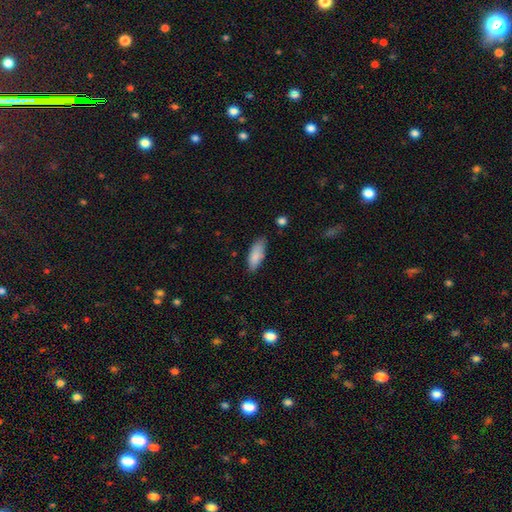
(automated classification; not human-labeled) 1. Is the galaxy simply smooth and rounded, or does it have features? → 86% smooth, 7% featured or disk, 6% star or artifact.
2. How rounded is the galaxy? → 74% in between, 24% cigar-shaped, 2% round.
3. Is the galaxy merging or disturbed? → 74% none, 21% minor disturbance, 4% major disturbance, 2% merger.